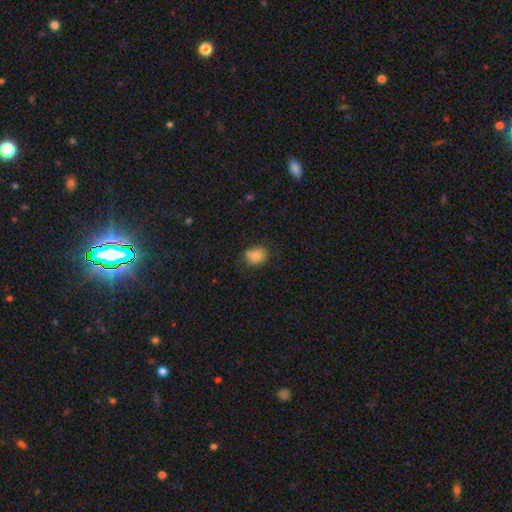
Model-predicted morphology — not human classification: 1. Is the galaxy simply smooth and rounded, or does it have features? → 80% smooth, 10% star or artifact, 10% featured or disk.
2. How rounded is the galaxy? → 65% round, 34% in between, 1% cigar-shaped.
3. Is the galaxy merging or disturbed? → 63% none, 20% minor disturbance, 13% merger, 5% major disturbance.